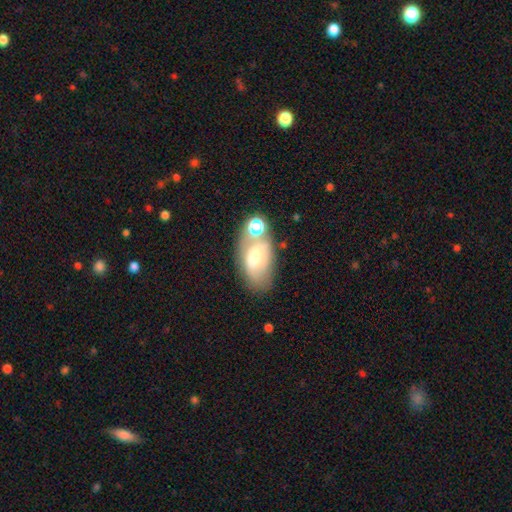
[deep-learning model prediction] The model was most divided on "smooth or featured": featured or disk: 46%, smooth: 44%, star or artifact: 10%. Remaining: merging — none (43%).